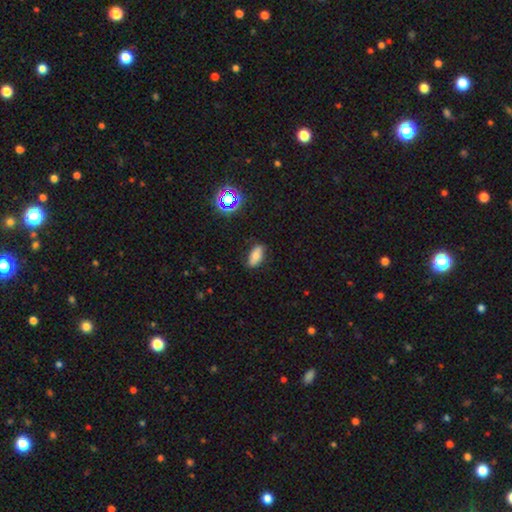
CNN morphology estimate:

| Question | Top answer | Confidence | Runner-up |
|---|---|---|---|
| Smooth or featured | smooth | 72% | featured or disk (15%) |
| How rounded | in between | 85% | cigar-shaped (10%) |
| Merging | none | 83% | minor disturbance (13%) |